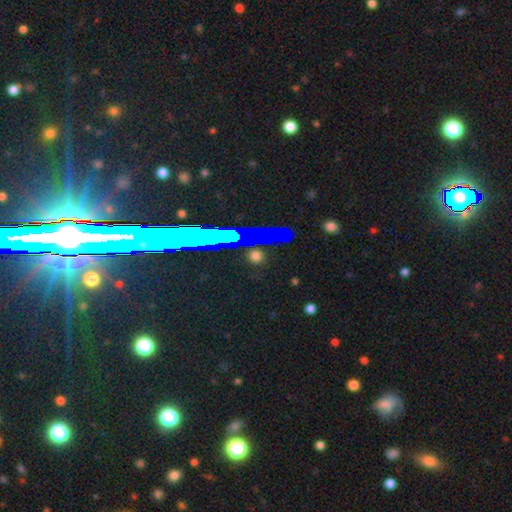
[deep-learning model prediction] smooth-or-featured: star or artifact: 58% | smooth: 32% | featured or disk: 11%